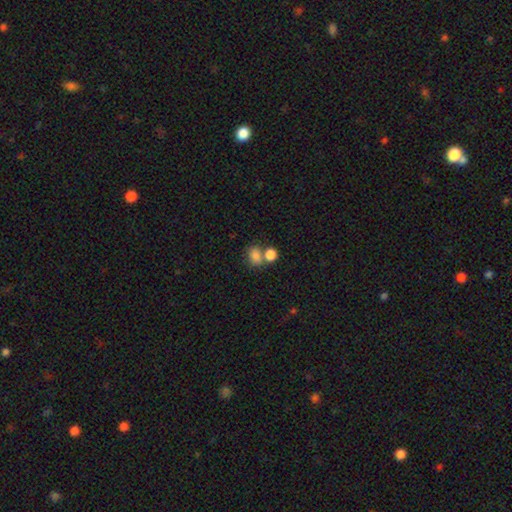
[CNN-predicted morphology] Q: Smooth or featured?
A: smooth (81%); runner-up: star or artifact (10%)
Q: How rounded?
A: in between (58%); runner-up: round (41%)
Q: Merging?
A: merger (46%); runner-up: none (39%)